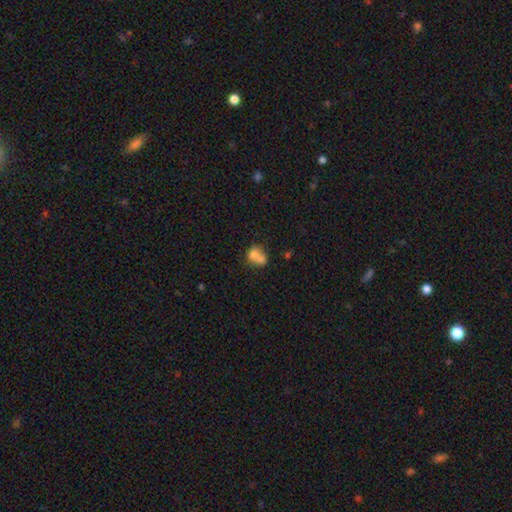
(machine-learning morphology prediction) This is likely a smooth galaxy (69%). How rounded: likely round (62%). Merging: likely merger (67%).